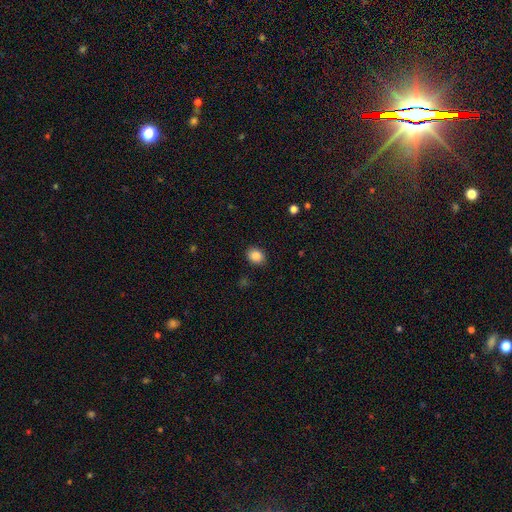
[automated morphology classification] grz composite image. It shows a smooth galaxy with no disk features (87%) that is in between round and cigar-shaped (54%). Merging: none (89%).